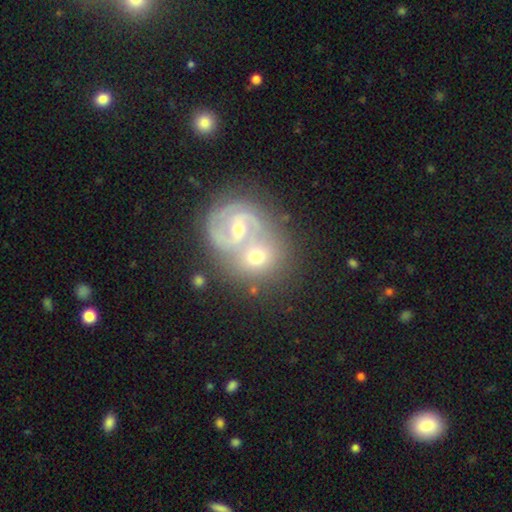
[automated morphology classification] A featured or disk galaxy (69%) with a weak bar (43%), 2 (70%) medium (49%) spiral arms (92%) and a moderate central bulge (55%).

Vote fractions:
- Smooth or featured? featured or disk: 69% / smooth: 23% / star or artifact: 8%
- Edge-on disk? no: 97% / yes: 3%
- Bar? weak: 43% / no: 40% / strong: 17%
- Spiral arms? yes: 92% / no: 8%
- Spiral winding? medium: 49% / tight: 41% / loose: 10%
- Spiral arm count? 2: 70% / 3: 15% / can't tell: 8% / 1: 3% / 4: 2% / more than 4: 2%
- Bulge size? moderate: 55% / small: 39% / large: 3% / none: 2% / dominant: 1%
- Merging? merger: 55% / none: 32% / minor disturbance: 9% / major disturbance: 4%